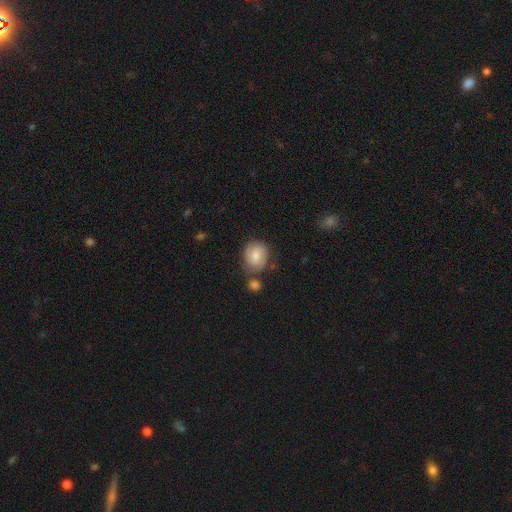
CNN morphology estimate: smooth_or_featured: smooth (p=0.50) [alt: featured or disk p=0.42]
how_rounded: round (p=0.63) [alt: in between p=0.36]
merging: none (p=0.65) [alt: minor disturbance p=0.18]